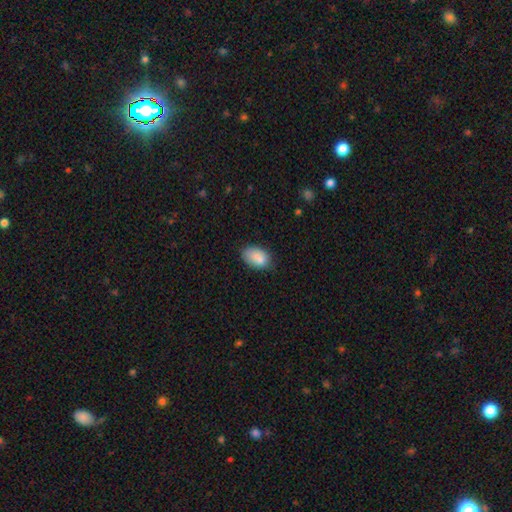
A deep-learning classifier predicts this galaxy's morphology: Q: Smooth or featured?
A: smooth (84%); runner-up: featured or disk (8%)
Q: How rounded?
A: in between (90%); runner-up: round (9%)
Q: Merging?
A: none (68%); runner-up: minor disturbance (23%)